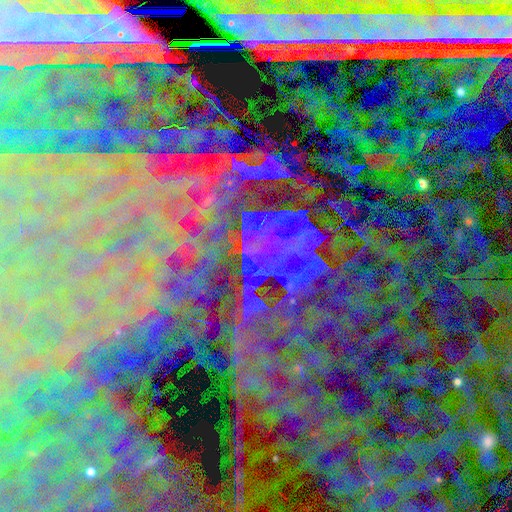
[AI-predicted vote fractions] star or artifact 86%, featured or disk 7%, smooth 7%.